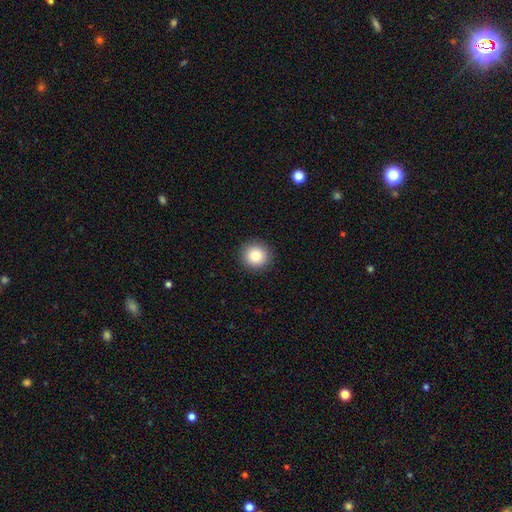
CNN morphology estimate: Smooth or featured?
  - smooth: 83% *
  - star or artifact: 9%
  - featured or disk: 7%
How rounded?
  - round: 94% *
  - in between: 6%
  - cigar-shaped: 1%
Merging?
  - none: 92% *
  - minor disturbance: 5%
  - major disturbance: 2%
  - merger: 1%